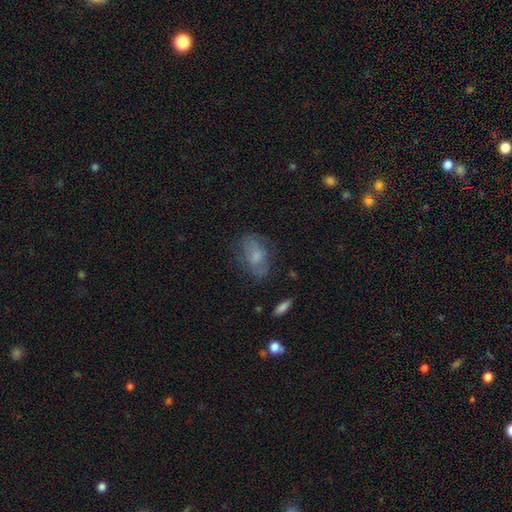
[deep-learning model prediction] Smooth or featured? smooth (47%)
Merging? none (64%)